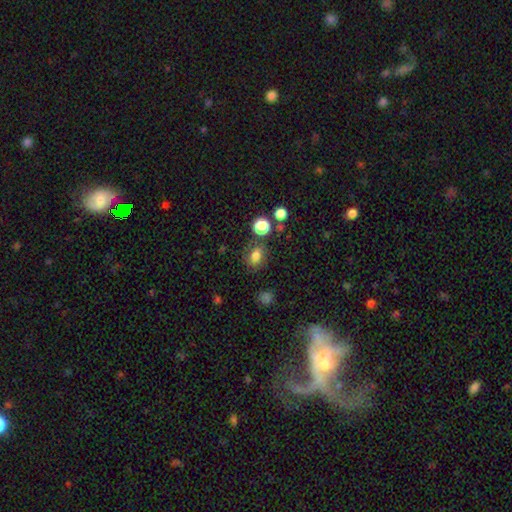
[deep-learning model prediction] A smooth galaxy with no disk features (77%) that is in between round and cigar-shaped (60%). Merging: none (72%).